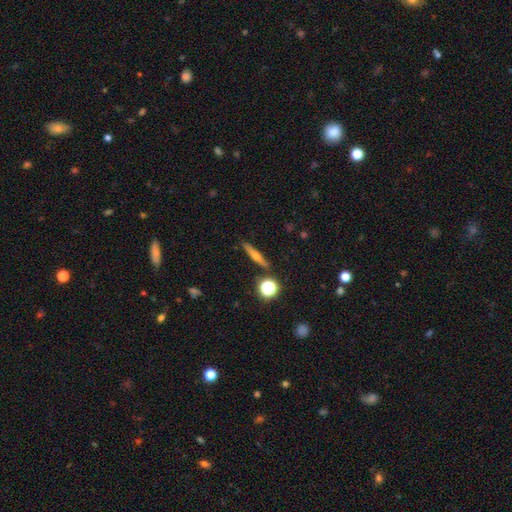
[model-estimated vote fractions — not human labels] Q: Smooth or featured?
A: featured or disk (53%); runner-up: smooth (37%)
Q: Edge-on disk?
A: yes (93%); runner-up: no (7%)
Q: Merging?
A: none (88%); runner-up: minor disturbance (8%)